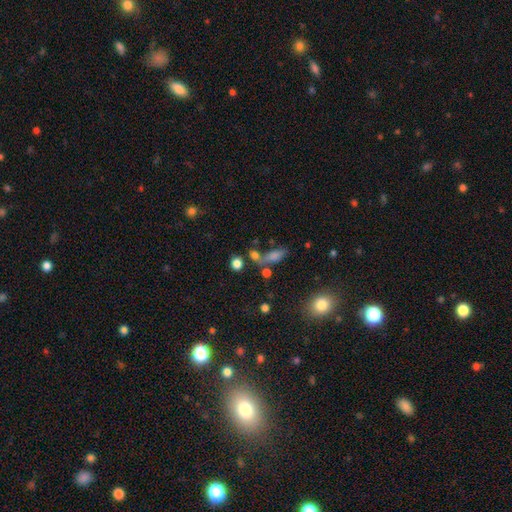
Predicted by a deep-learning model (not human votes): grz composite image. It shows a smooth galaxy with no disk features (69%) that is in between round and cigar-shaped (43%). Merging: none (53%).